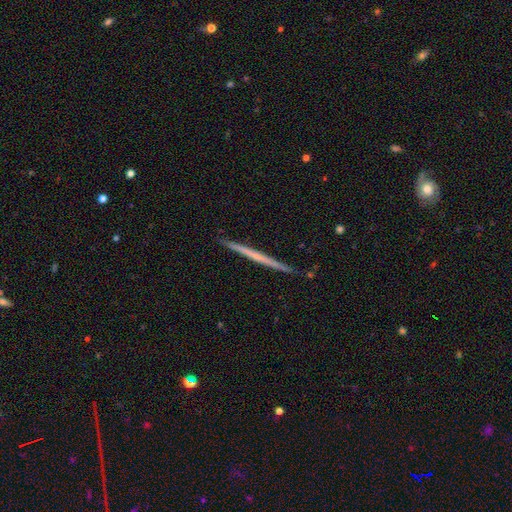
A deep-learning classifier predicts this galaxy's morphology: This appears to be a featured or disk galaxy (58%) viewed edge-on (98%) with no central bulge (89%). Merging: none (92%).